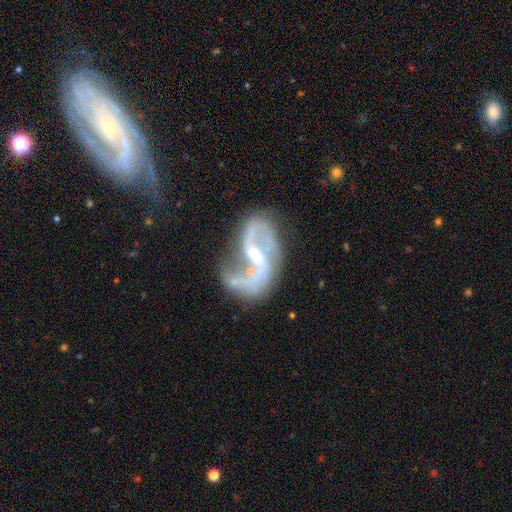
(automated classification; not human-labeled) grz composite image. It shows a featured or disk galaxy (90%) with a weak bar (46%), 2 (87%) loose (56%) spiral arms (96%) and a small central bulge (57%). Merging: none (48%).